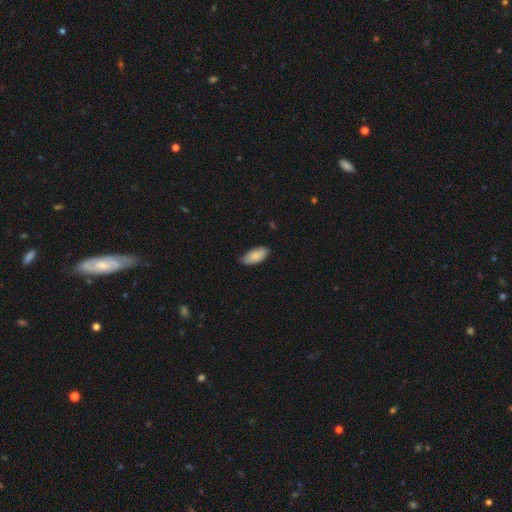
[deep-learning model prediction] smooth 83%, featured or disk 11%, star or artifact 6%. Down the decision tree: how rounded — in between (91%); merging — none (67%).